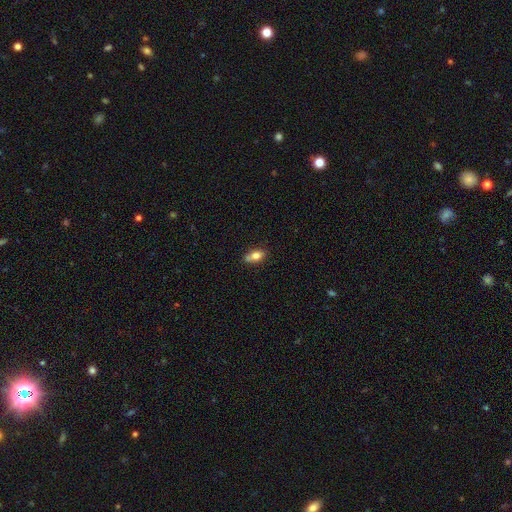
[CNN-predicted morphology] Overall: smooth (77%). How rounded: in between (84%). Merging: none (59%; minor disturbance 25%).